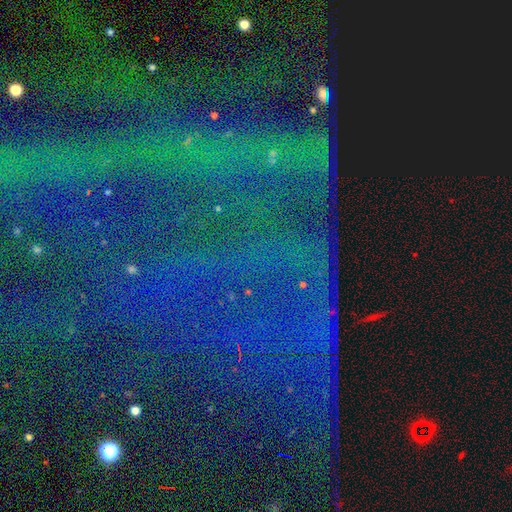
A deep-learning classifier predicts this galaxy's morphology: A star or artifact, not a galaxy (84%).

Vote fractions:
- Smooth or featured? star or artifact: 84% / featured or disk: 8% / smooth: 8%